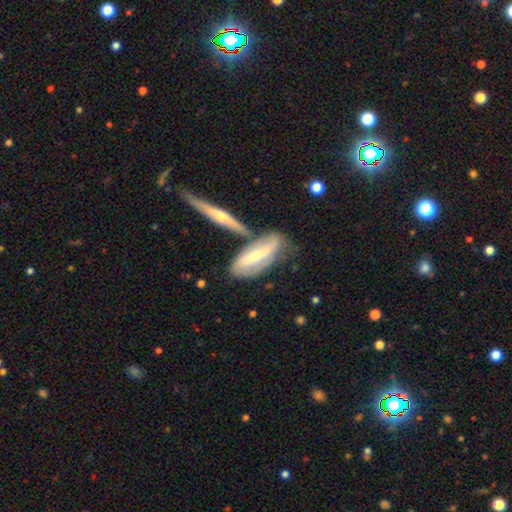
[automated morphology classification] This is likely a featured or disk galaxy (67%). It is likely not viewed edge-on (67%). Merging: possibly none (51%).